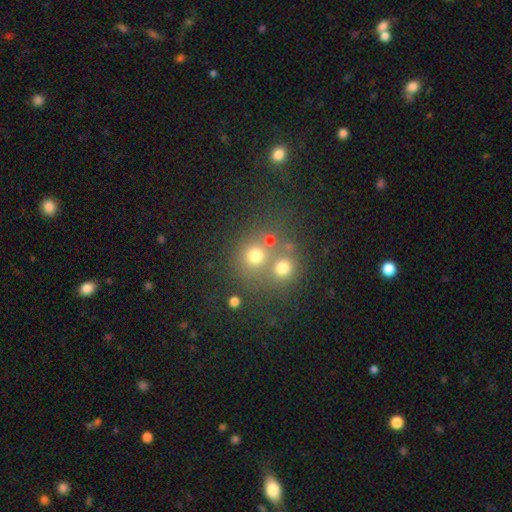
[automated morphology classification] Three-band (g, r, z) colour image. It shows a smooth galaxy with no disk features (69%) that is round (83%). Merging: none (48%).